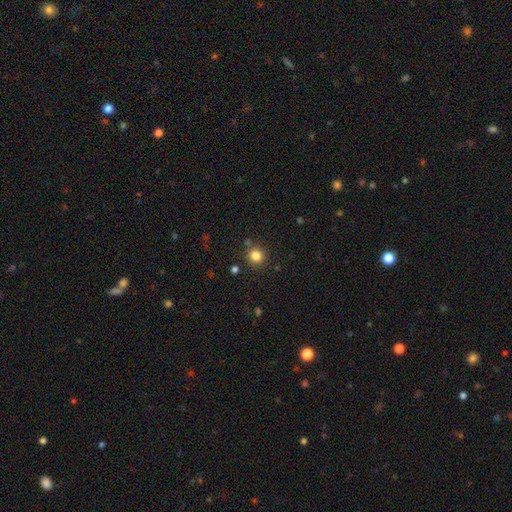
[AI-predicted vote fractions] Smooth or featured? Predicted: smooth (p=0.82). How rounded? Predicted: round (p=0.91). Merging? Predicted: none (p=0.85).